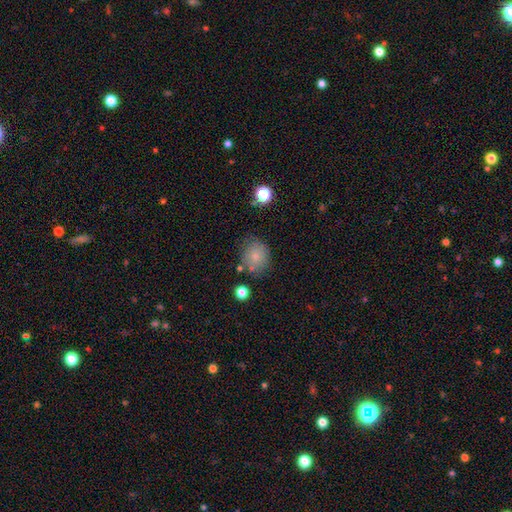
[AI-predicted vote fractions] This is likely a smooth galaxy (80%). How rounded: likely round (74%). Merging: likely none (72%).